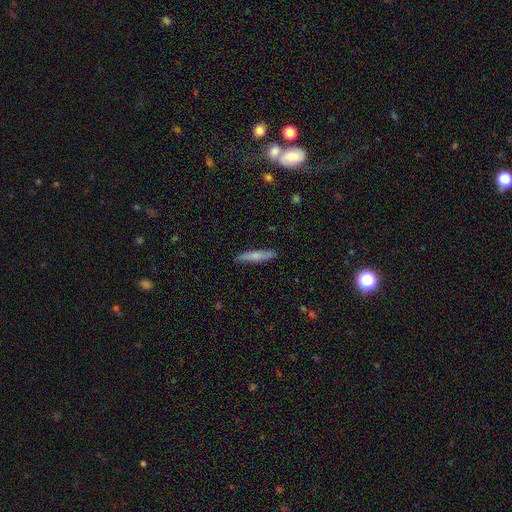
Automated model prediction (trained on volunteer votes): smooth 65%, featured or disk 30%, star or artifact 6%. Down the decision tree: how rounded — cigar-shaped (91%); merging — none (89%).